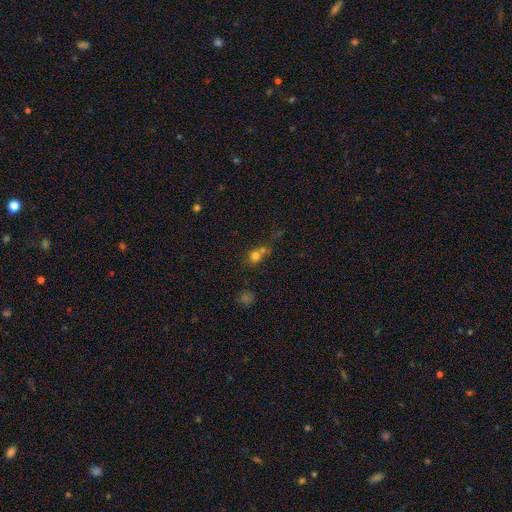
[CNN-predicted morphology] type=smooth (72%); roundness=round (74%); merging=none (42%).